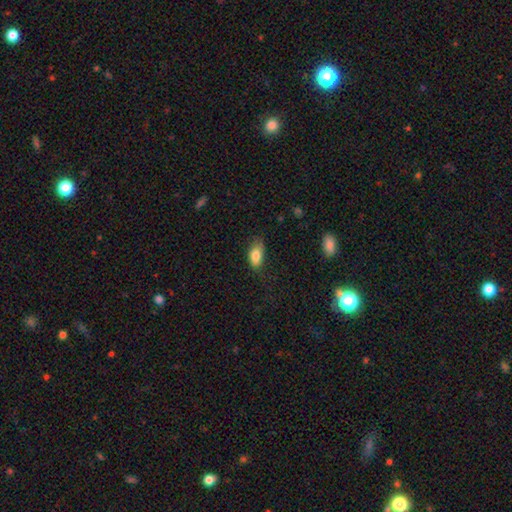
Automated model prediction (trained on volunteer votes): Smooth or featured? Predicted: smooth (p=0.83). How rounded? Predicted: in between (p=0.89). Merging? Predicted: none (p=0.62).